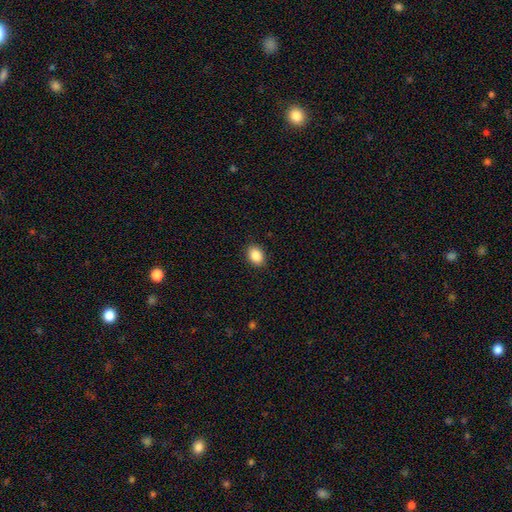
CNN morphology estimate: Q: Smooth or featured?
A: smooth (88%); runner-up: star or artifact (8%)
Q: How rounded?
A: in between (74%); runner-up: round (25%)
Q: Merging?
A: none (89%); runner-up: minor disturbance (8%)